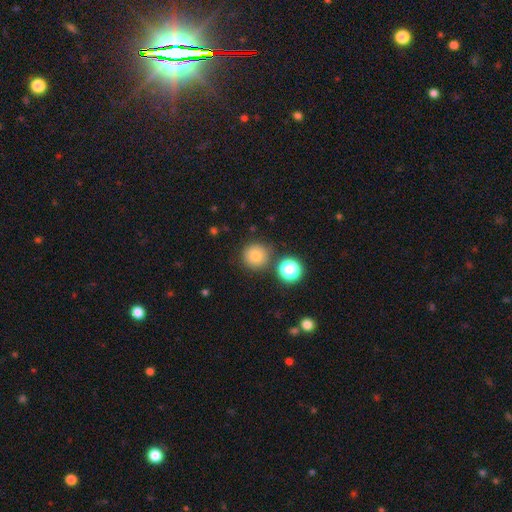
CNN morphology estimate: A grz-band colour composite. It shows a smooth galaxy with no disk features (78%) that is round (95%). Merging: none (82%).